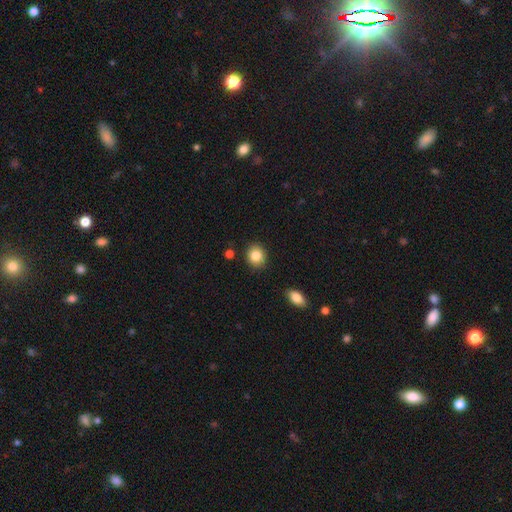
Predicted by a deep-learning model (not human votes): smooth_or_featured: smooth (p=0.84) [alt: star or artifact p=0.09]
how_rounded: round (p=0.74) [alt: in between p=0.25]
merging: none (p=0.88) [alt: minor disturbance p=0.07]